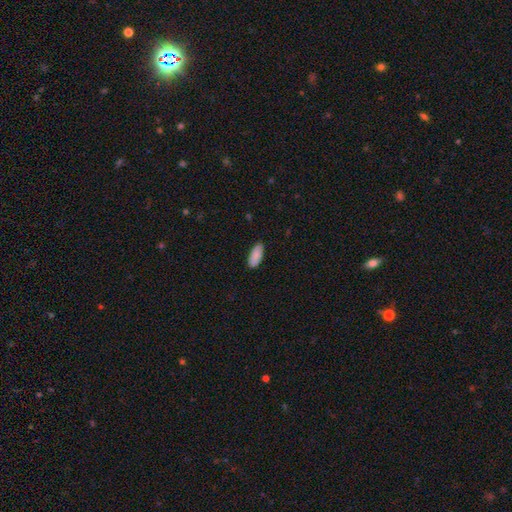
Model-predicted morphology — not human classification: This appears to be a smooth galaxy with no disk features (88%) that is in between round and cigar-shaped (84%). Merging: none (82%).